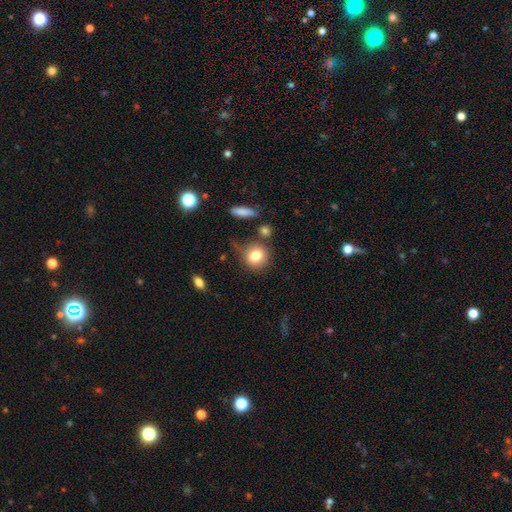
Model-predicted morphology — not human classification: Q: Smooth or featured?
A: smooth (81%); runner-up: star or artifact (10%)
Q: How rounded?
A: round (81%); runner-up: in between (18%)
Q: Merging?
A: none (65%); runner-up: minor disturbance (18%)